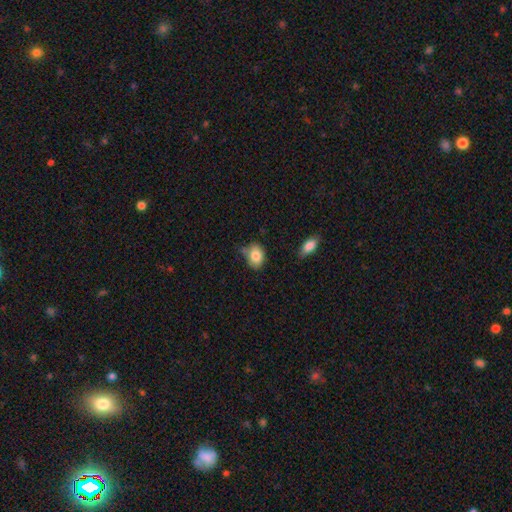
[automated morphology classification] smooth_or_featured: smooth (p=0.82) [alt: featured or disk p=0.09]
how_rounded: in between (p=0.64) [alt: round p=0.35]
merging: none (p=0.55) [alt: minor disturbance p=0.32]